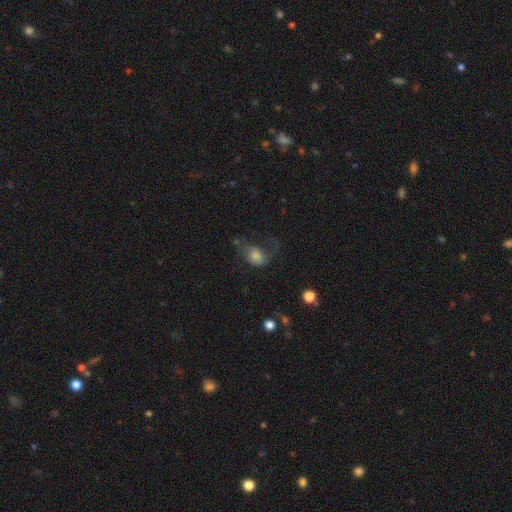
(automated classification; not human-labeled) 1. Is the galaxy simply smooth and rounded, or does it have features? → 56% smooth, 31% featured or disk, 12% star or artifact.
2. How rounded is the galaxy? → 52% in between, 46% round, 1% cigar-shaped.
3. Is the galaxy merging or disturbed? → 43% major disturbance, 31% none, 22% minor disturbance, 4% merger.